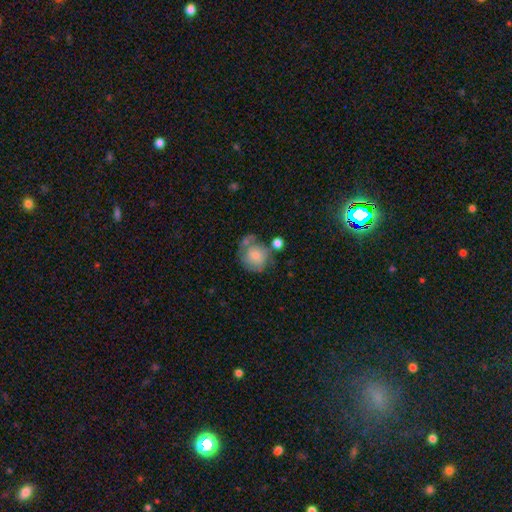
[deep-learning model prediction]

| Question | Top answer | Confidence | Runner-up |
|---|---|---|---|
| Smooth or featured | smooth | 65% | featured or disk (27%) |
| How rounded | round | 79% | in between (20%) |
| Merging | none | 39% | minor disturbance (24%) |